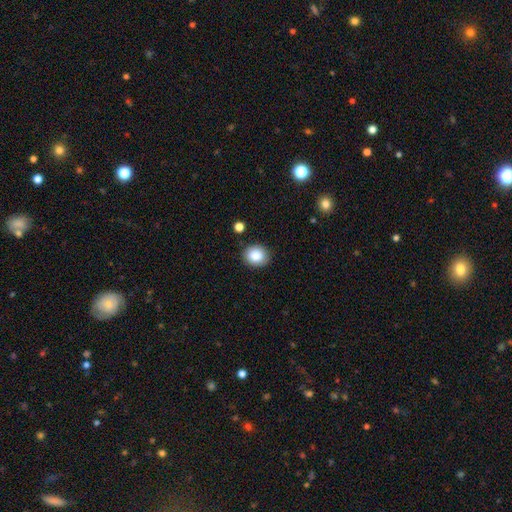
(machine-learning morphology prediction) A smooth galaxy with no disk features (85%) that is round (73%). Merging: none (88%).